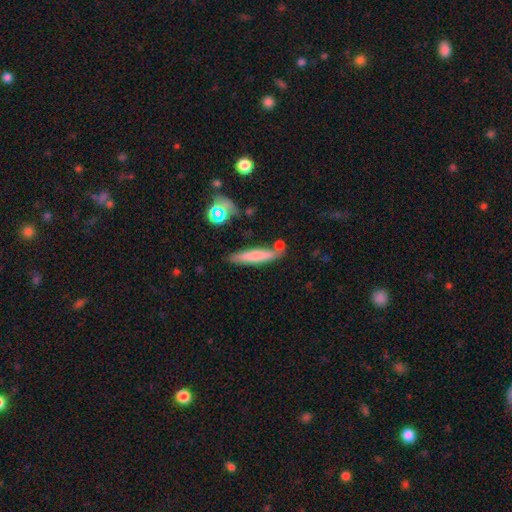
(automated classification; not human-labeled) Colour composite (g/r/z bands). It shows a smooth galaxy with no disk features (69%) that is cigar-shaped (87%). Merging: none (73%).